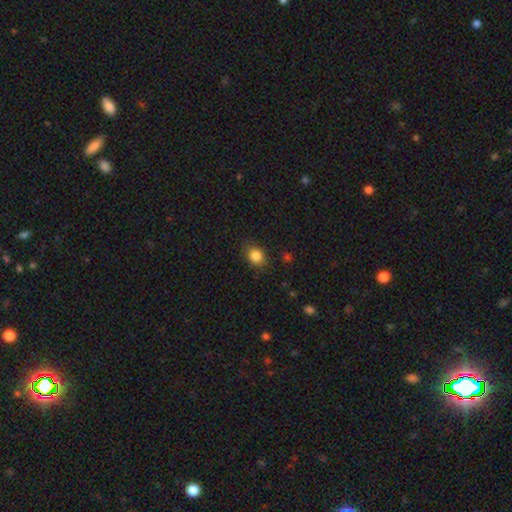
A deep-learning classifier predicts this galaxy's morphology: Smooth or featured? Predicted: smooth (p=0.84). How rounded? Predicted: round (p=0.62). Merging? Predicted: none (p=0.81).